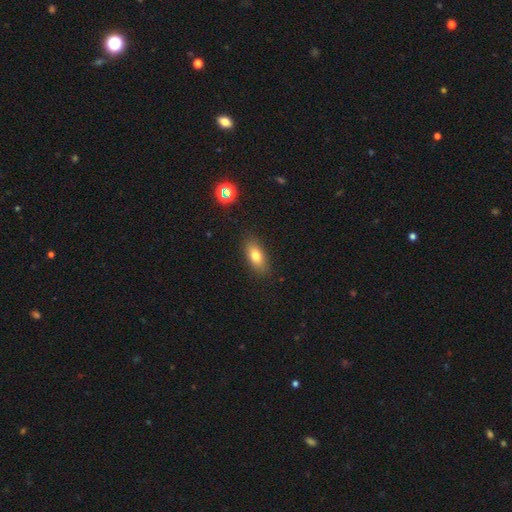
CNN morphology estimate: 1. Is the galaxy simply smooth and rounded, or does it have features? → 76% smooth, 15% featured or disk, 10% star or artifact.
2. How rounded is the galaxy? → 82% in between, 11% cigar-shaped, 7% round.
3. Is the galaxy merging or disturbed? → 86% none, 10% minor disturbance, 3% major disturbance, 1% merger.